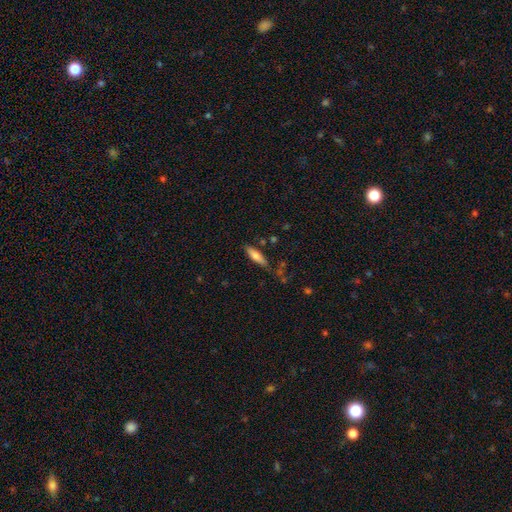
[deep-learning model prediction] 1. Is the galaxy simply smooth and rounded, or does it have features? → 70% smooth, 24% featured or disk, 7% star or artifact.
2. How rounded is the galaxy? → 59% cigar-shaped, 39% in between, 2% round.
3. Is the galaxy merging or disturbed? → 76% none, 16% minor disturbance, 4% merger, 4% major disturbance.